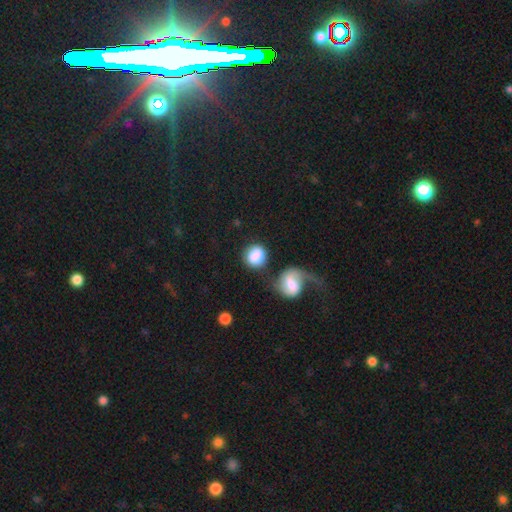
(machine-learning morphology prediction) smooth 83%, featured or disk 11%, star or artifact 7%. Down the decision tree: how rounded — round (80%); merging — none (56%).